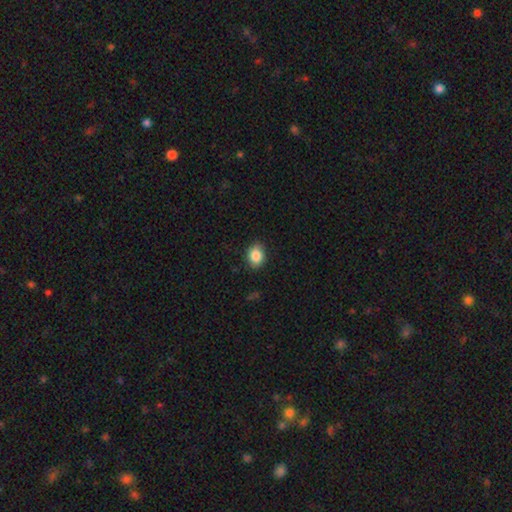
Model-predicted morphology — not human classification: This is clearly a smooth galaxy (86%). How rounded: possibly in between (55%). Merging: clearly none (83%).